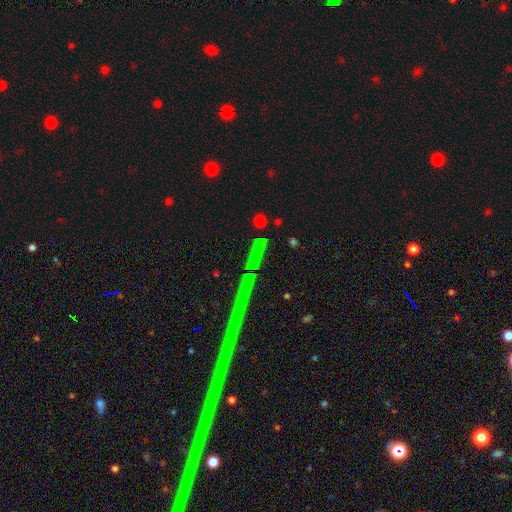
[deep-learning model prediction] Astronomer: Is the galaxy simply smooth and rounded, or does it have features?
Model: star or artifact — 79%.